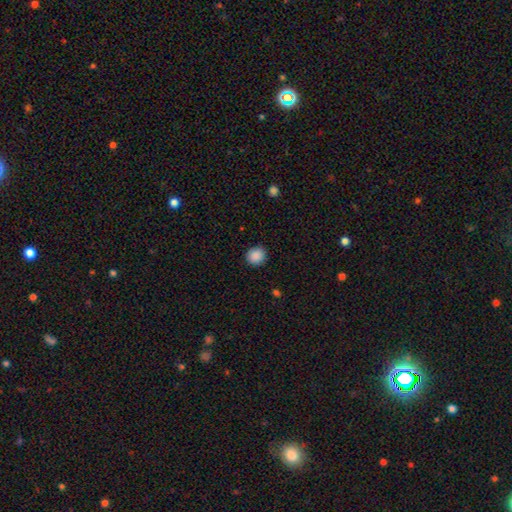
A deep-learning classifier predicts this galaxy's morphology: Smooth or featured: smooth — 89% (star or artifact — 9%)
How rounded: round — 86% (in between — 13%)
Merging: none — 91% (minor disturbance — 6%)